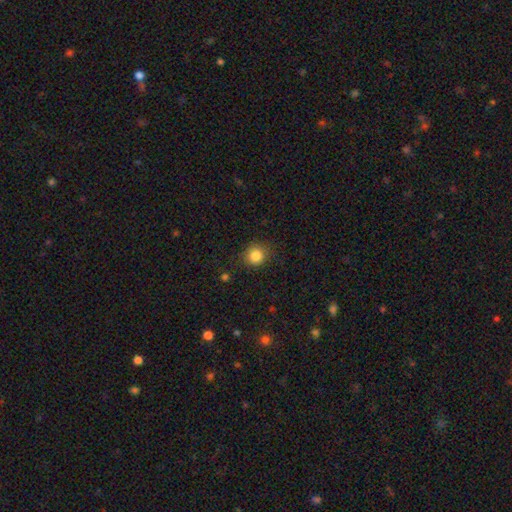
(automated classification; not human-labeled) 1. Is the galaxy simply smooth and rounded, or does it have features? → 85% smooth, 11% star or artifact, 4% featured or disk.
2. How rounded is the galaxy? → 86% round, 13% in between, 1% cigar-shaped.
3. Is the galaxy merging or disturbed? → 83% none, 12% minor disturbance, 4% major disturbance, 1% merger.